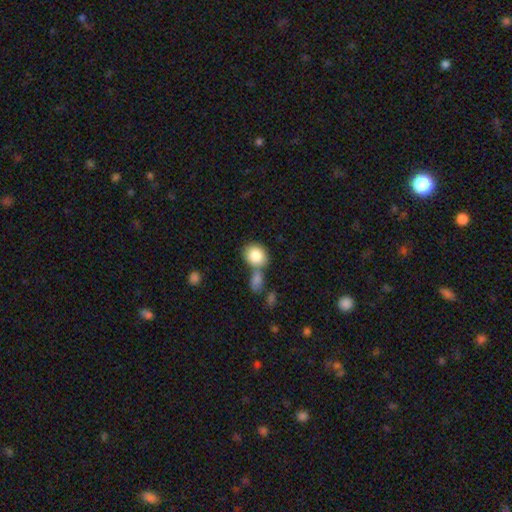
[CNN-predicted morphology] A smooth galaxy with no disk features (85%) that is round (58%). Merging: none (48%).